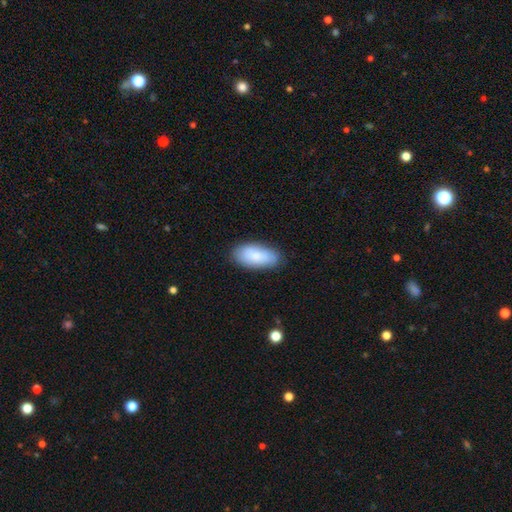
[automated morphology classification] smooth-or-featured: smooth: 87% | featured or disk: 8% | star or artifact: 6%
  how-rounded: in between: 90% | cigar-shaped: 8% | round: 2%
  merging: none: 83% | minor disturbance: 14% | major disturbance: 3% | merger: 1%